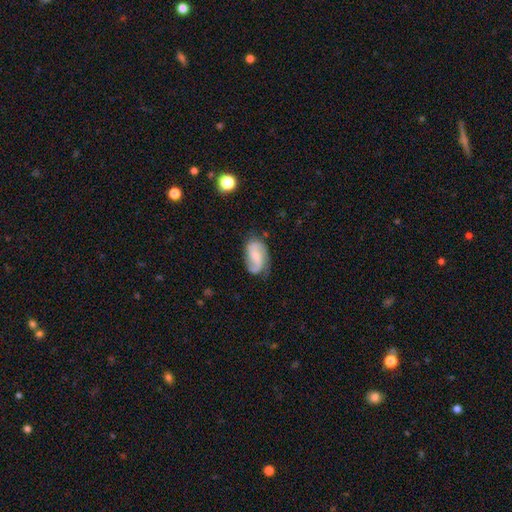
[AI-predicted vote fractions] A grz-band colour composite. It shows a featured or disk galaxy (68%) with no bar (50%), 2 (77%) medium (41%) spiral arms (93%) and a small central bulge (52%). Merging: none (62%).